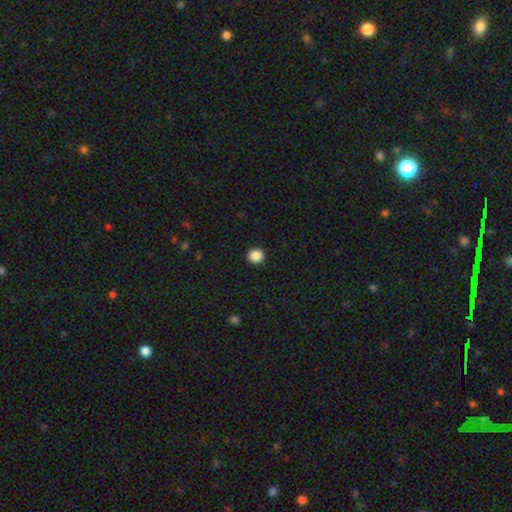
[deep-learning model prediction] Q: Smooth or featured?
A: smooth (88%); runner-up: star or artifact (10%)
Q: How rounded?
A: round (94%); runner-up: in between (5%)
Q: Merging?
A: none (93%); runner-up: minor disturbance (4%)